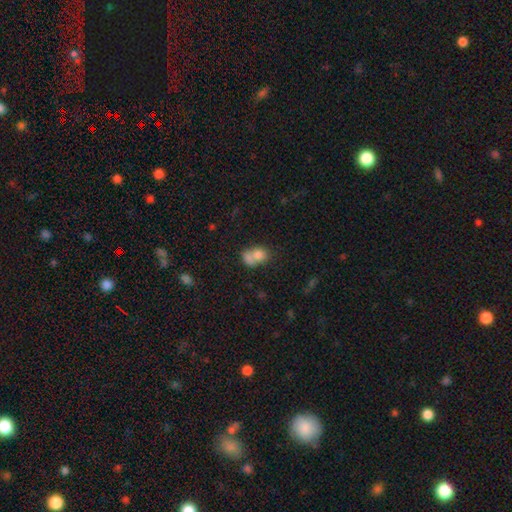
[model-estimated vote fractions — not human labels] Overall: smooth (77%). How rounded: in between (51%; round 48%). Merging: merger (62%; none 23%).